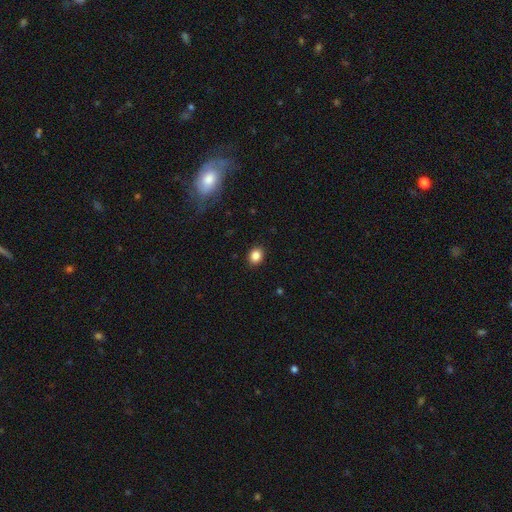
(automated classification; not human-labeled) smooth 86%, star or artifact 10%, featured or disk 4%. Down the decision tree: how rounded — round (54%); merging — none (90%).